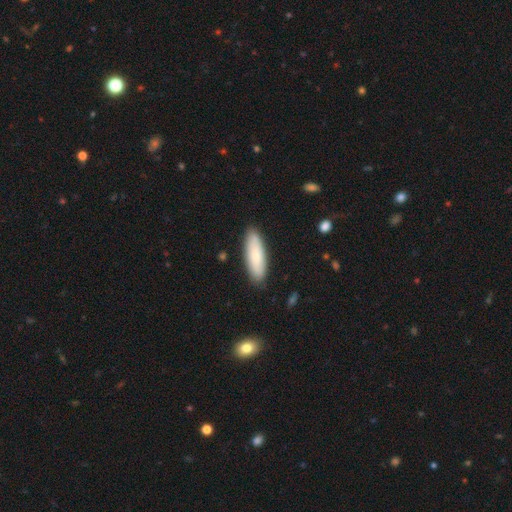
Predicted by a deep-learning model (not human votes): Overall: smooth (82%). How rounded: cigar-shaped (51%; in between 48%). Merging: none (88%).